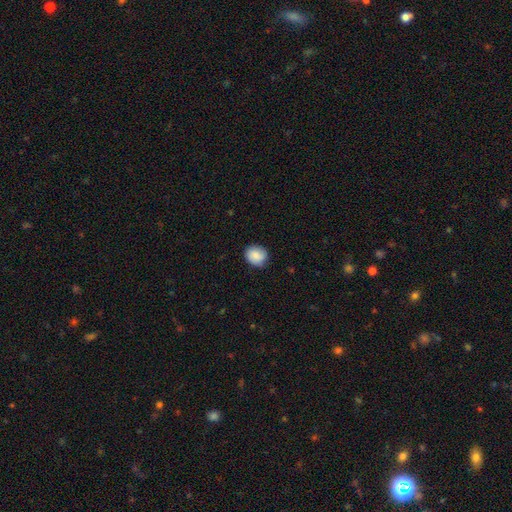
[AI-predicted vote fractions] A smooth galaxy with no disk features (84%) that is round (64%). Merging: none (81%).